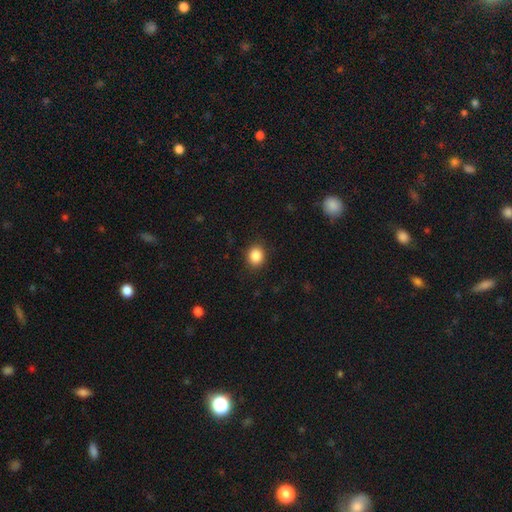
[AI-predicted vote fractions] A smooth galaxy with no disk features (87%) that is round (69%). Merging: none (89%).